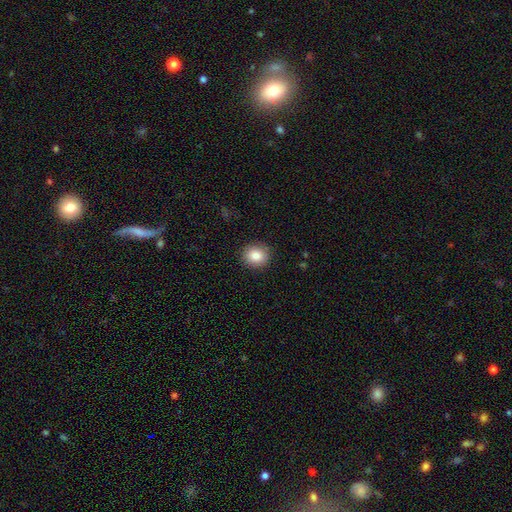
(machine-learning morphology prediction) Smooth or featured? Predicted: smooth (p=0.85). How rounded? Predicted: round (p=0.82). Merging? Predicted: none (p=0.90).